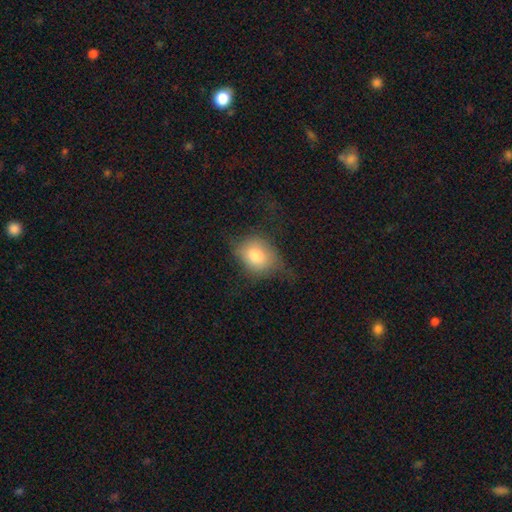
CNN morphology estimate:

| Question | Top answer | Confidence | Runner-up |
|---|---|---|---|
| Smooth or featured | smooth | 74% | featured or disk (17%) |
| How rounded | in between | 53% | round (45%) |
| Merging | none | 44% | minor disturbance (32%) |